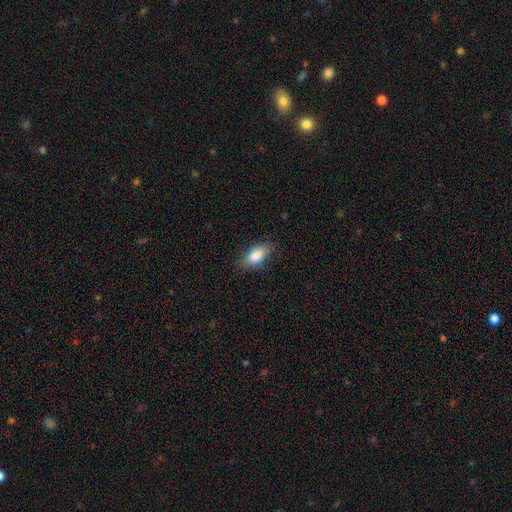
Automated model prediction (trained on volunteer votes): smooth_or_featured: smooth (p=0.83) [alt: featured or disk p=0.10]
how_rounded: in between (p=0.86) [alt: cigar-shaped p=0.10]
merging: none (p=0.78) [alt: minor disturbance p=0.17]